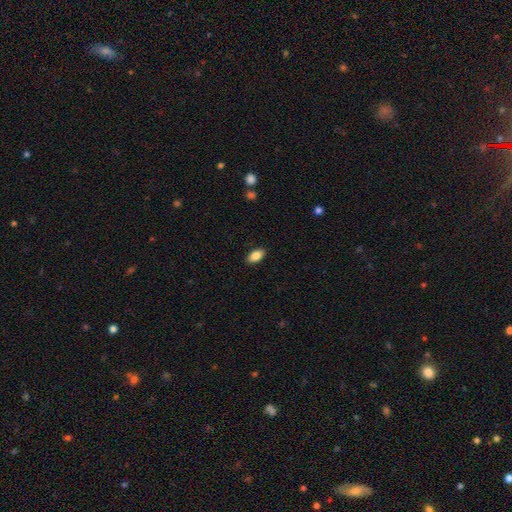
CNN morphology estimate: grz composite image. It shows a smooth galaxy with no disk features (86%) that is in between round and cigar-shaped (92%). Merging: none (89%).